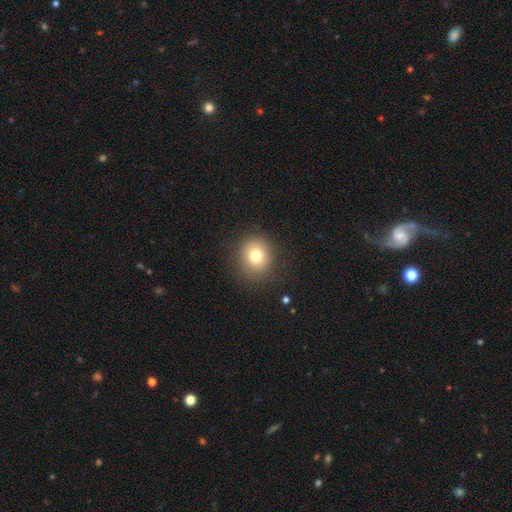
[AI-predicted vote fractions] A smooth galaxy with no disk features (77%) that is round (82%). Merging: none (87%).